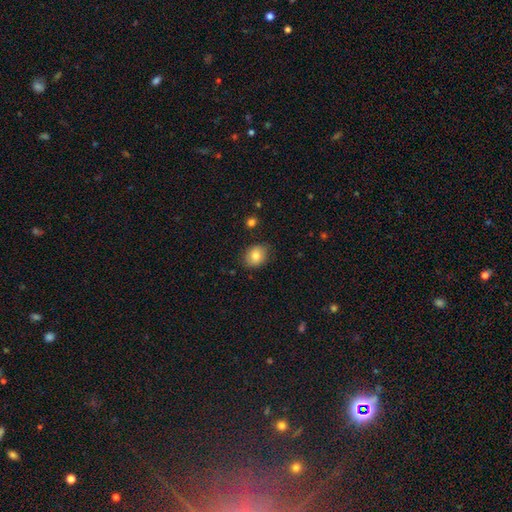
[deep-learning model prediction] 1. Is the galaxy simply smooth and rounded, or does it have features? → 80% smooth, 11% featured or disk, 9% star or artifact.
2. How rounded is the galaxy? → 52% round, 47% in between, 1% cigar-shaped.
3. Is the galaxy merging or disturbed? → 82% none, 14% minor disturbance, 3% major disturbance, 1% merger.